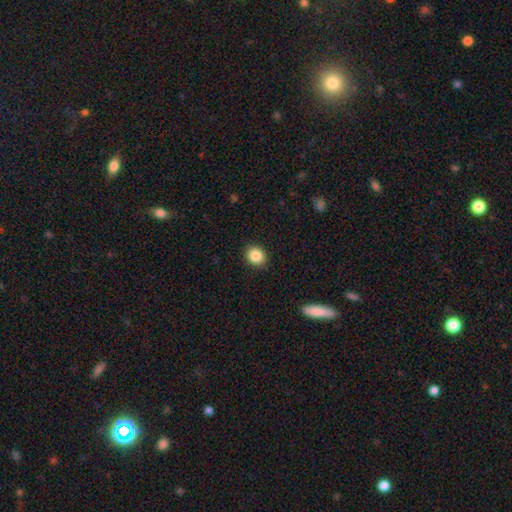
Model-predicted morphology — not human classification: type=smooth (86%); roundness=round (76%); merging=none (90%).